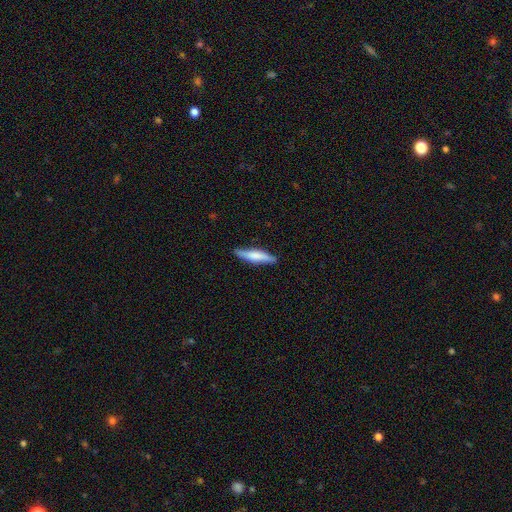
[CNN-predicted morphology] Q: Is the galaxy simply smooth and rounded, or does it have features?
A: smooth — 61%.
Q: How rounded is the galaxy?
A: cigar-shaped — 84%.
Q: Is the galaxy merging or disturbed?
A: none — 85%.